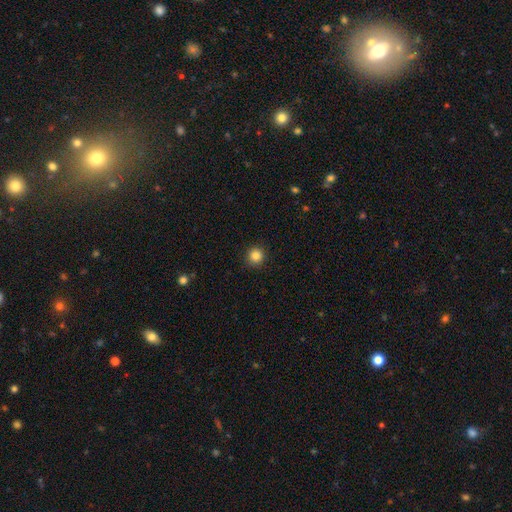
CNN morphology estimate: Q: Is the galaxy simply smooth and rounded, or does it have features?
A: smooth — 85%.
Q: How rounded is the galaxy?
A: round — 95%.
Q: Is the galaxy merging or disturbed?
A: none — 92%.